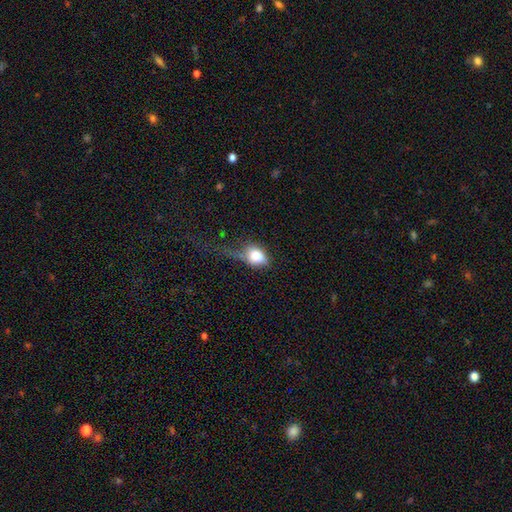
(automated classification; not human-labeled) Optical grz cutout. It shows a smooth galaxy with no disk features (79%) that is in between round and cigar-shaped (67%). Merging: major disturbance (37%).